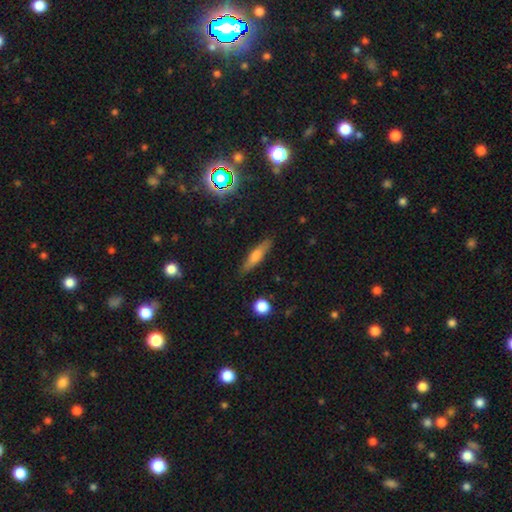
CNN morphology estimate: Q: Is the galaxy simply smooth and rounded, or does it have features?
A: smooth — 58%.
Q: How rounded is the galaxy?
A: cigar-shaped — 78%.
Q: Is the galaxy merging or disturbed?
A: none — 86%.